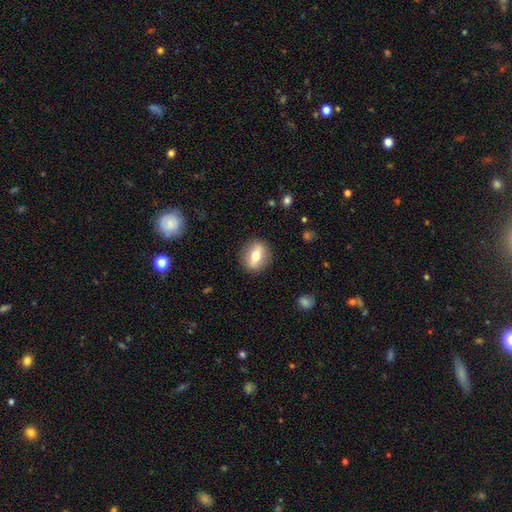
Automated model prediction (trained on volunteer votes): Q: Smooth or featured?
A: smooth (52%); runner-up: featured or disk (41%)
Q: How rounded?
A: in between (51%); runner-up: round (42%)
Q: Merging?
A: none (88%); runner-up: minor disturbance (8%)